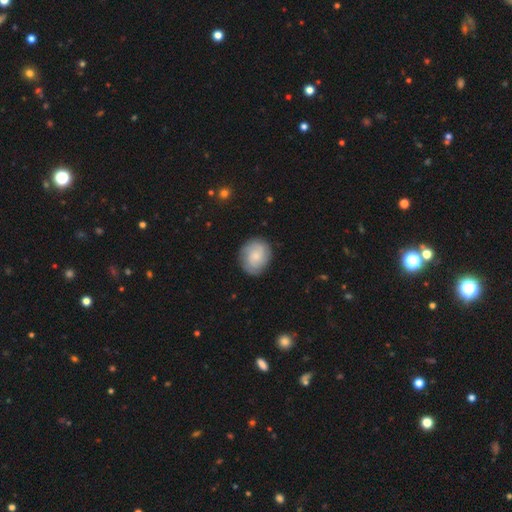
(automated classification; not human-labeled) Q: Smooth or featured?
A: smooth (50%); runner-up: featured or disk (43%)
Q: How rounded?
A: round (66%); runner-up: in between (33%)
Q: Merging?
A: none (82%); runner-up: minor disturbance (13%)